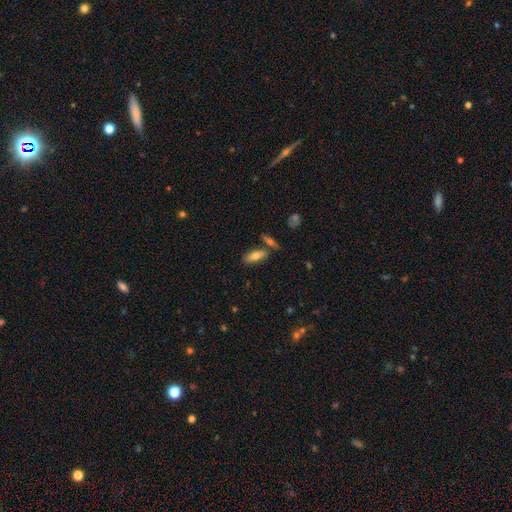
Q: Smooth or featured?
A: smooth (62%); runner-up: featured or disk (38%)
Q: How rounded?
A: in between (64%); runner-up: cigar-shaped (36%)
Q: Merging?
A: none (68%); runner-up: minor disturbance (15%)